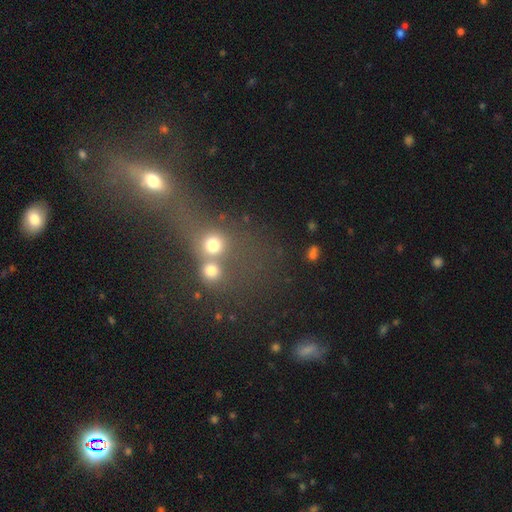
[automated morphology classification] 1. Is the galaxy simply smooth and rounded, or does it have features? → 41% star or artifact, 38% smooth, 21% featured or disk.